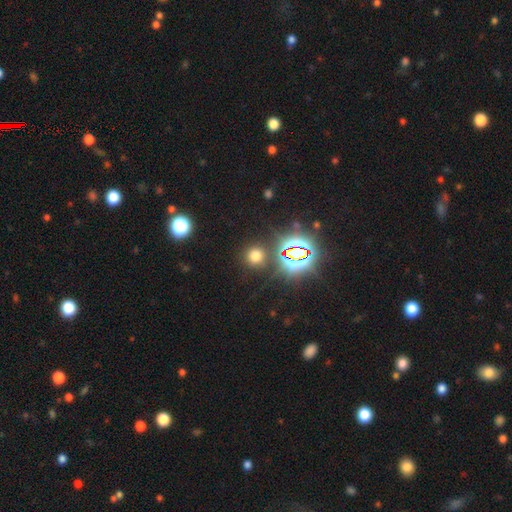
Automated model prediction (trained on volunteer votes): smooth-or-featured: smooth: 60% | star or artifact: 33% | featured or disk: 7%
  how-rounded: round: 90% | in between: 8% | cigar-shaped: 1%
  merging: none: 85% | minor disturbance: 7% | merger: 4% | major disturbance: 3%